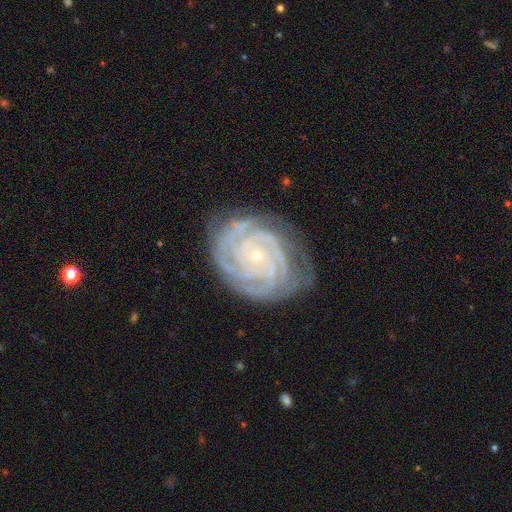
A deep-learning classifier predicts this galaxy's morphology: featured or disk 90%, star or artifact 6%, smooth 4%. Down the decision tree: edge-on disk — no (97%); bar — no (79%); spiral arms — yes (98%); spiral arm count — 4 (27%); spiral winding — tight (84%); bulge size — small (85%); merging — none (73%).